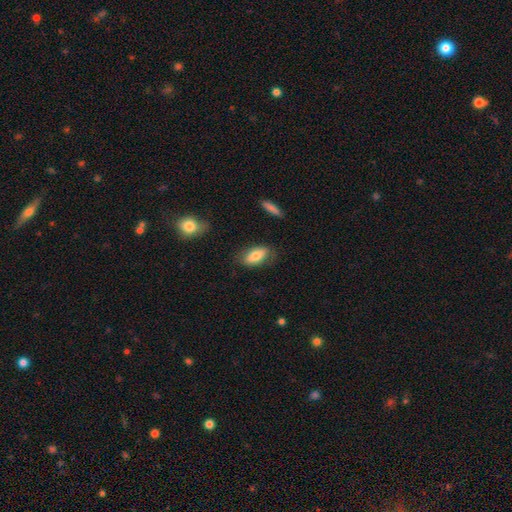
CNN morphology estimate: A smooth galaxy with no disk features (76%) that is in between round and cigar-shaped (89%).

Vote fractions:
- Smooth or featured? smooth: 76% / featured or disk: 17% / star or artifact: 7%
- How rounded? in between: 89% / cigar-shaped: 8% / round: 4%
- Merging? none: 75% / minor disturbance: 18% / major disturbance: 5% / merger: 2%